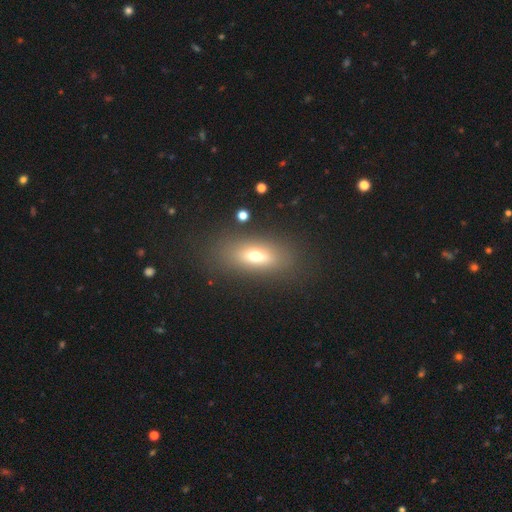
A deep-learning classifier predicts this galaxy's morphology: Q: Smooth or featured?
A: smooth (64%); runner-up: featured or disk (24%)
Q: How rounded?
A: in between (75%); runner-up: cigar-shaped (18%)
Q: Merging?
A: none (81%); runner-up: minor disturbance (10%)